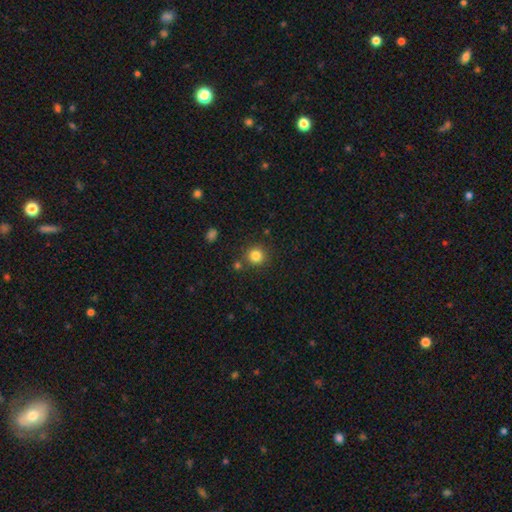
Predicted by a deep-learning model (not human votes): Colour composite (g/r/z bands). It shows a smooth galaxy with no disk features (83%) that is round (93%). Merging: none (83%).